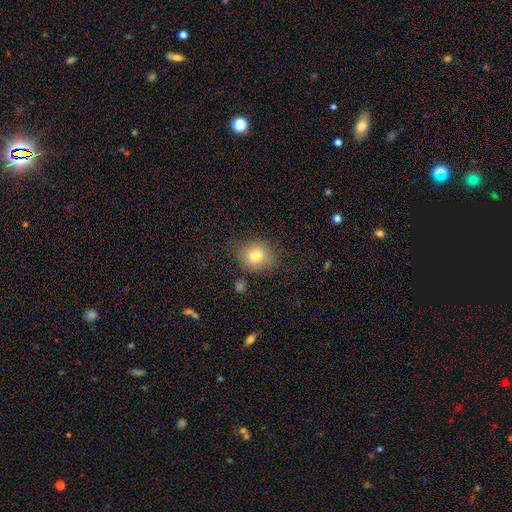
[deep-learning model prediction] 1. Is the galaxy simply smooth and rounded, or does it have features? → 78% smooth, 11% featured or disk, 11% star or artifact.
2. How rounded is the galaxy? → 71% round, 28% in between, 1% cigar-shaped.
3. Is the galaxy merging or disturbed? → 79% none, 14% minor disturbance, 4% major disturbance, 3% merger.